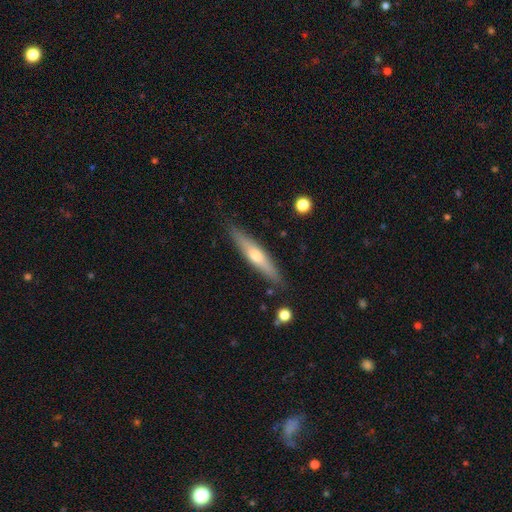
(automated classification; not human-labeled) A featured or disk galaxy (50%) viewed edge-on (92%).

Vote fractions:
- Smooth or featured? featured or disk: 50% / smooth: 44% / star or artifact: 5%
- Edge-on disk? yes: 92% / no: 8%
- Merging? none: 87% / minor disturbance: 9% / major disturbance: 2% / merger: 2%